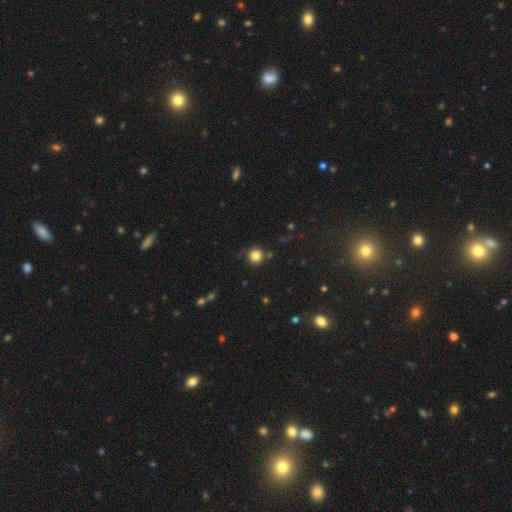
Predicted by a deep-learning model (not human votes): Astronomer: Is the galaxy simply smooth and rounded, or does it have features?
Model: smooth — 82%.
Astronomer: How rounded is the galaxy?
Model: round — 95%.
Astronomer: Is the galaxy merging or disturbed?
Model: none — 82%.